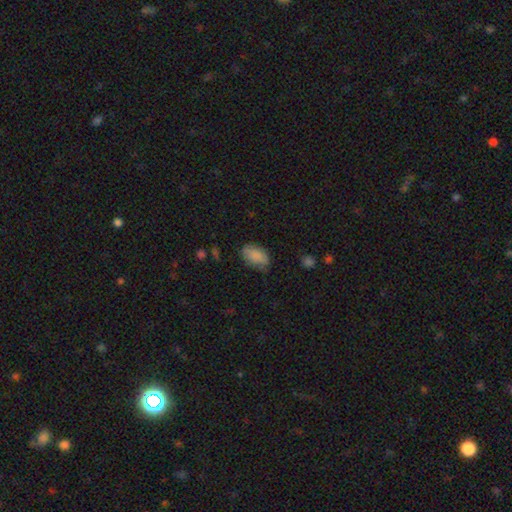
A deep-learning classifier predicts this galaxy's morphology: This is clearly a smooth galaxy (83%). How rounded: clearly in between (92%). Merging: likely none (69%).